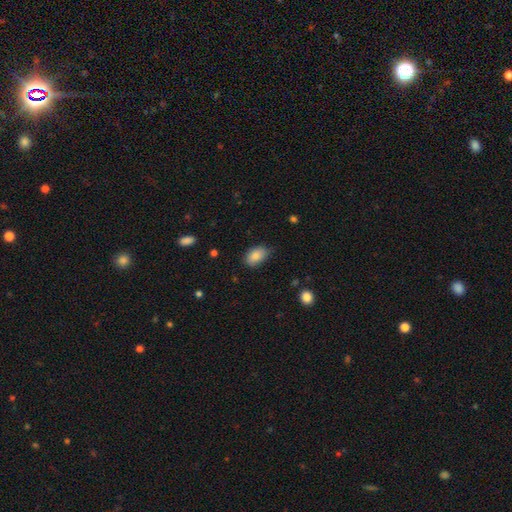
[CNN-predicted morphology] A smooth galaxy with no disk features (86%) that is in between round and cigar-shaped (89%). Merging: none (72%).